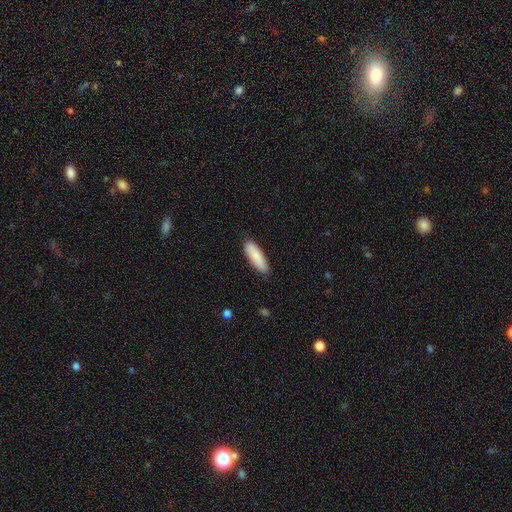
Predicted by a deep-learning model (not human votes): A smooth galaxy with no disk features (84%) that is in between round and cigar-shaped (54%).

Vote fractions:
- Smooth or featured? smooth: 84% / featured or disk: 10% / star or artifact: 6%
- How rounded? in between: 54% / cigar-shaped: 45% / round: 2%
- Merging? none: 85% / minor disturbance: 12% / major disturbance: 2% / merger: 1%